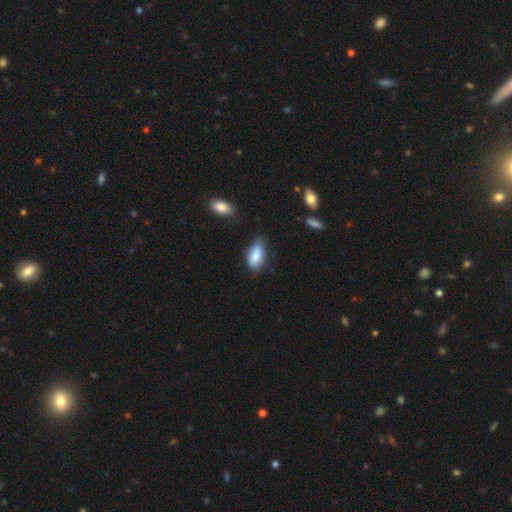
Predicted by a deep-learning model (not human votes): The model was most divided on "merging": none: 58%, minor disturbance: 33%, major disturbance: 6%, merger: 3%. More confident: how rounded — in between (91%); smooth or featured — smooth (84%).